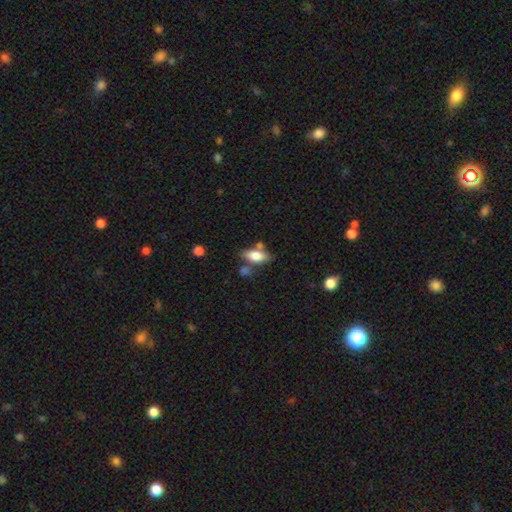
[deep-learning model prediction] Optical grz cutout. It shows a smooth galaxy with no disk features (74%) that is in between round and cigar-shaped (82%). Merging: none (63%).